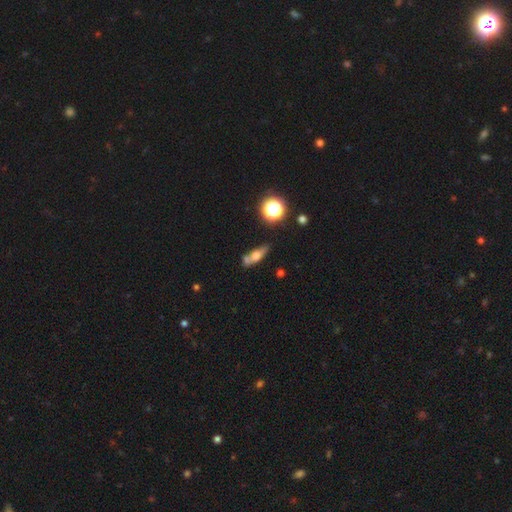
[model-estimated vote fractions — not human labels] Overall: smooth (48%; featured or disk 40%). Merging: none (58%; merger 21%).